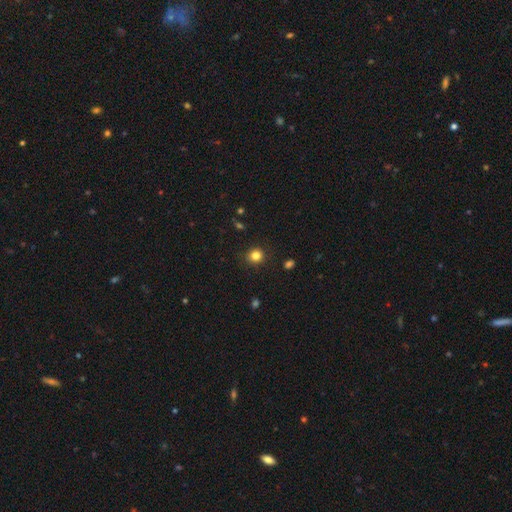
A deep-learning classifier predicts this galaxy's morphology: This is clearly a smooth galaxy (83%). How rounded: clearly round (86%). Merging: clearly none (90%).